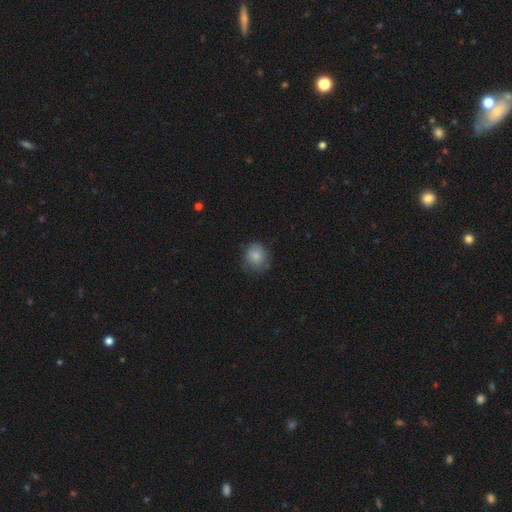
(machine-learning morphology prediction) This is clearly a smooth galaxy (80%). How rounded: likely round (77%). Merging: likely none (68%).